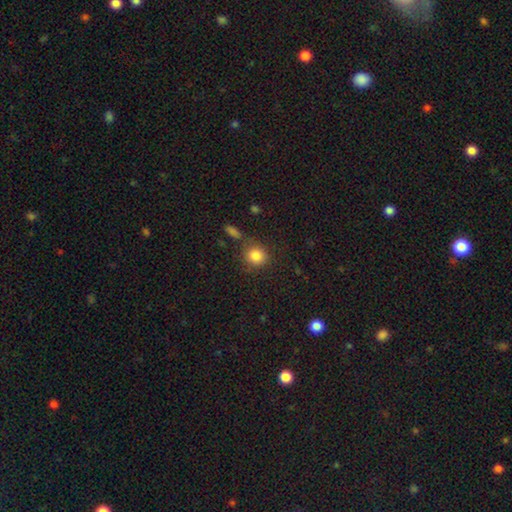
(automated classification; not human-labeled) This is clearly a smooth galaxy (84%). How rounded: clearly round (82%). Merging: likely none (75%).